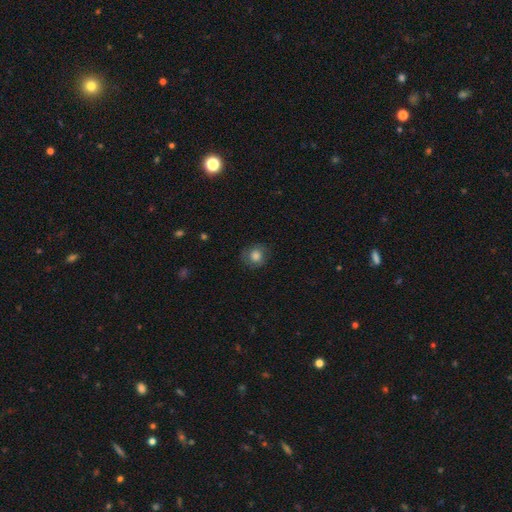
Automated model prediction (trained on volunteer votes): This appears to be a smooth galaxy with no disk features (77%) that is round (83%). Merging: none (77%).